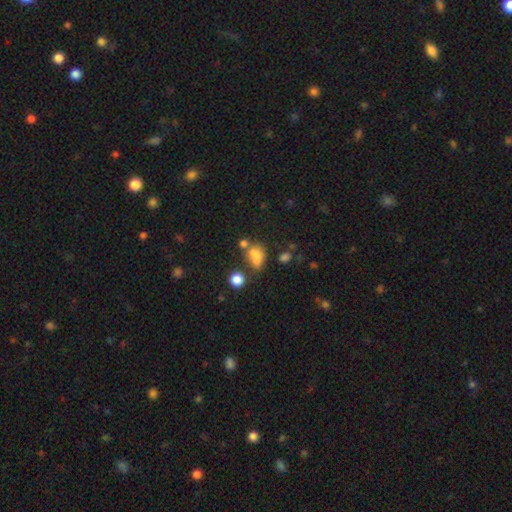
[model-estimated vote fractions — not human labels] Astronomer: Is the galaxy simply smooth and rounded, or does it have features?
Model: smooth — 71%.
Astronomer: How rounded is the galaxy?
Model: in between — 72%.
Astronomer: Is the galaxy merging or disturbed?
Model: none — 33% (runner-up: merger, 26%).